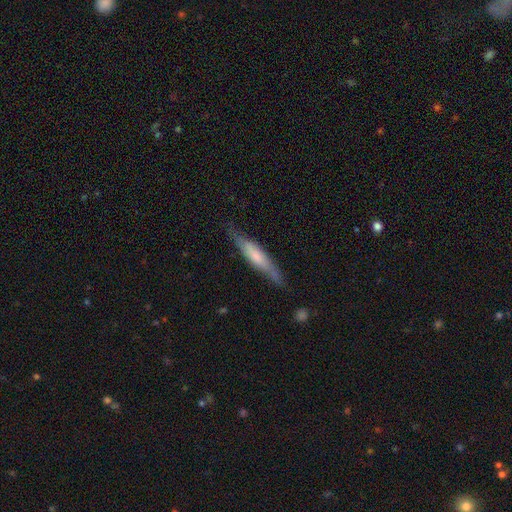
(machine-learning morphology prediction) Smooth or featured: smooth — 48% (featured or disk — 47%)
Merging: none — 74% (minor disturbance — 20%)